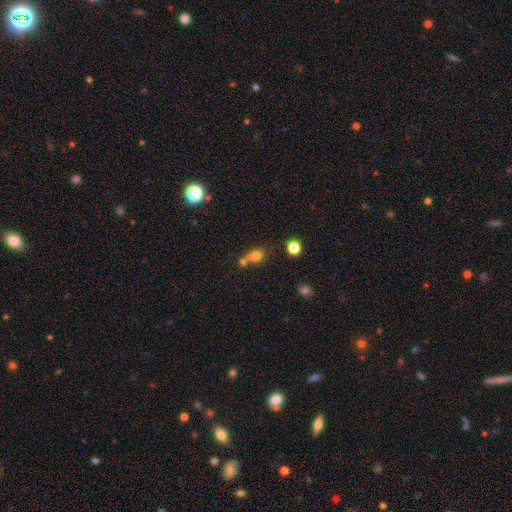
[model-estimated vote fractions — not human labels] Overall: smooth (73%). How rounded: round (81%). Merging: none (48%; merger 40%).